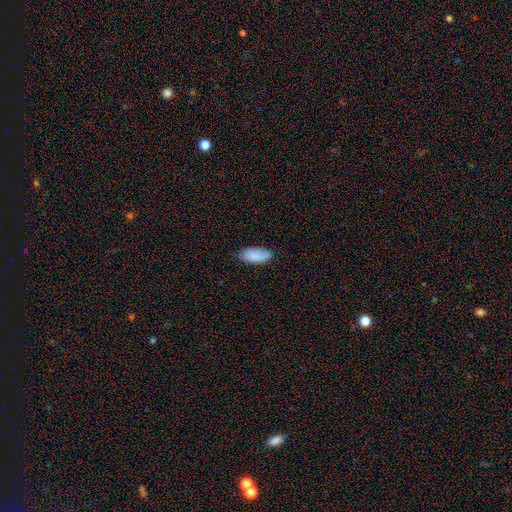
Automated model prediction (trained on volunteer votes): The model was most divided on "merging": none: 79%, minor disturbance: 17%, major disturbance: 3%, merger: 1%. More confident: how rounded — in between (87%); smooth or featured — smooth (85%).